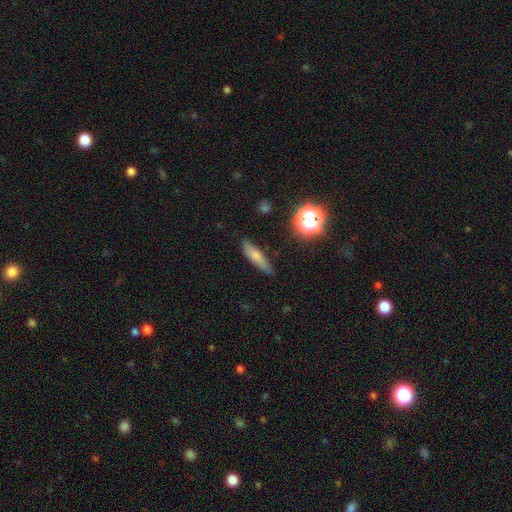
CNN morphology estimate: Overall: smooth (65%). How rounded: cigar-shaped (72%). Merging: none (79%).